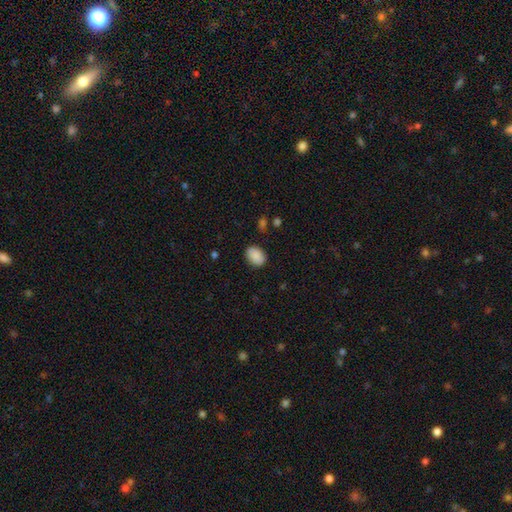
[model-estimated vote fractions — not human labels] smooth-or-featured: smooth: 89% | star or artifact: 7% | featured or disk: 4%
  how-rounded: in between: 73% | round: 26% | cigar-shaped: 1%
  merging: none: 85% | minor disturbance: 11% | major disturbance: 3% | merger: 1%